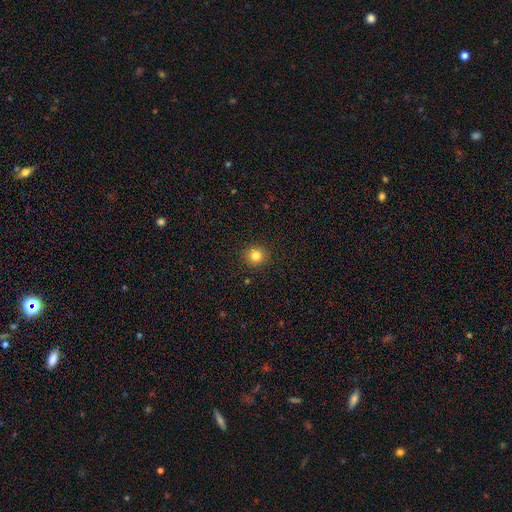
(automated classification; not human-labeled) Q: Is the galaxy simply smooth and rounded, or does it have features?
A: smooth — 82%.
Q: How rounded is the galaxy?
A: round — 91%.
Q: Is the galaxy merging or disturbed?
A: none — 92%.